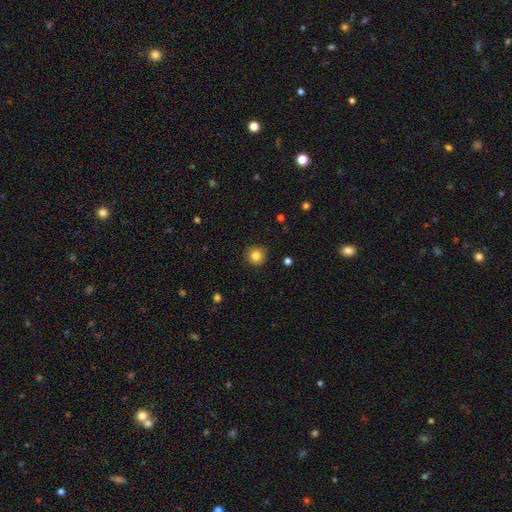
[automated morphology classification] This is clearly a smooth galaxy (84%). How rounded: clearly round (93%). Merging: clearly none (88%).